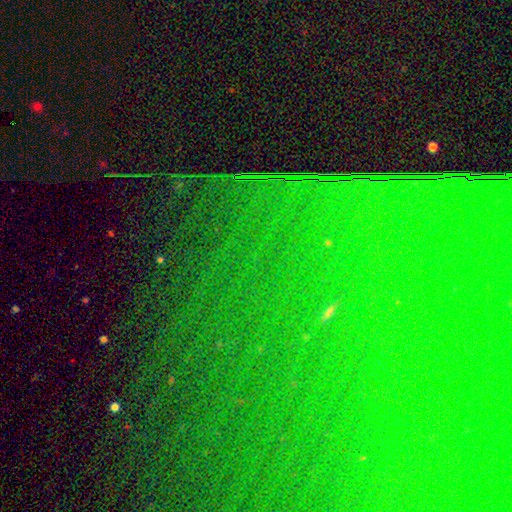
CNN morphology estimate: The model was most divided on "smooth or featured": star or artifact: 86%, featured or disk: 7%, smooth: 7%.